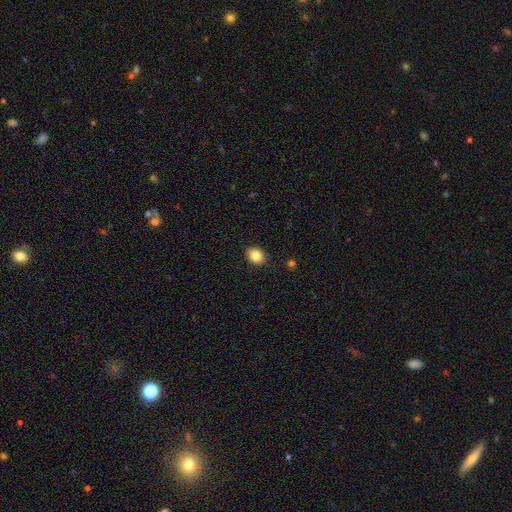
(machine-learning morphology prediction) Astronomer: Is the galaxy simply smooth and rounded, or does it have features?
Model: smooth — 84%.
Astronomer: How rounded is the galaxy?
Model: round — 53% (runner-up: in between, 46%).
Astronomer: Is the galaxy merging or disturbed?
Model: none — 88%.